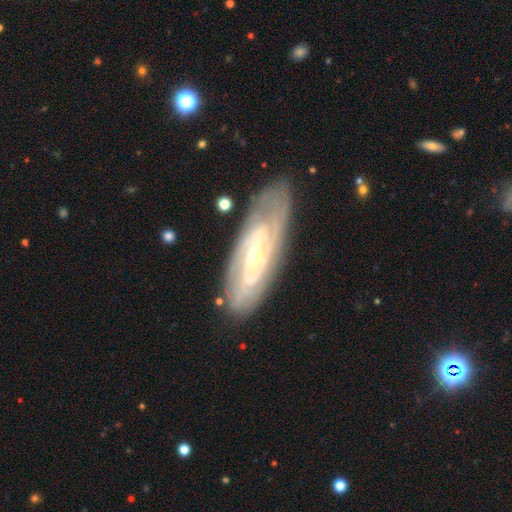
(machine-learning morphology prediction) type=featured or disk (82%); edge-on=no (86%); bar=no (54%); spiral arms=yes (89%); winding=tight (67%); arm count=can't tell (46%); bulge=small (64%); merging=none (79%).